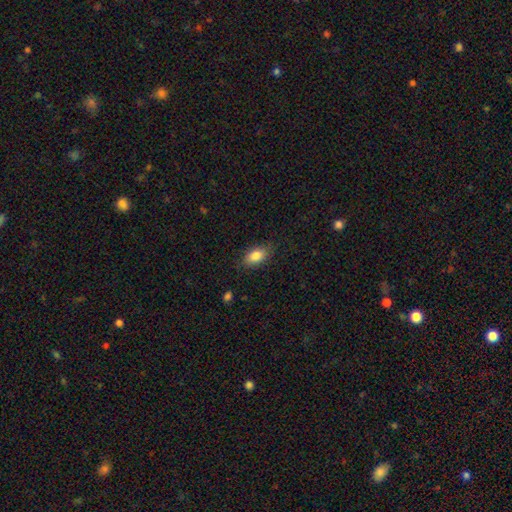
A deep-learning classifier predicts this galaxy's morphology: This appears to be a smooth galaxy with no disk features (84%) that is in between round and cigar-shaped (89%). Merging: none (82%).